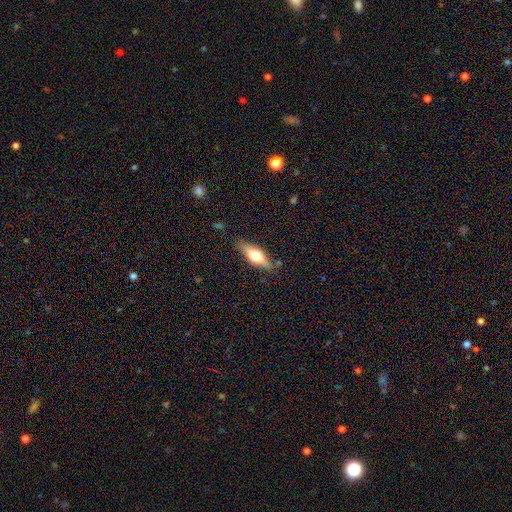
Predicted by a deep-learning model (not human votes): Q: Smooth or featured?
A: smooth (54%); runner-up: featured or disk (40%)
Q: How rounded?
A: in between (58%); runner-up: cigar-shaped (39%)
Q: Merging?
A: none (81%); runner-up: minor disturbance (14%)